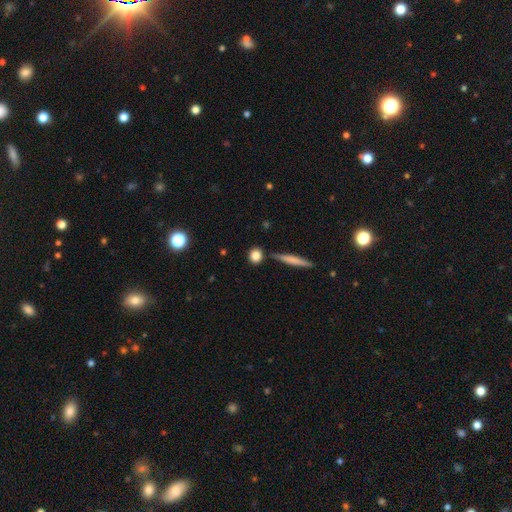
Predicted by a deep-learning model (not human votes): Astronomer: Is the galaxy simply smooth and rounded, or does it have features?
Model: smooth — 84%.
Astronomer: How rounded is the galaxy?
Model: round — 76%.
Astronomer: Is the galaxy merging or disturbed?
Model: none — 80%.